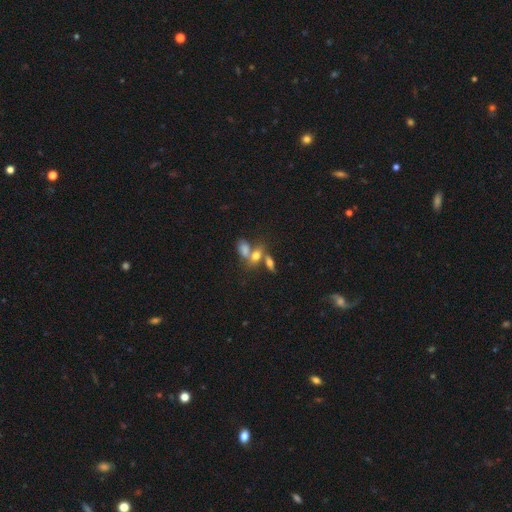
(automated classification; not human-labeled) Morphology: type=smooth (59%); roundness=in between (76%); merging=merger (48%).